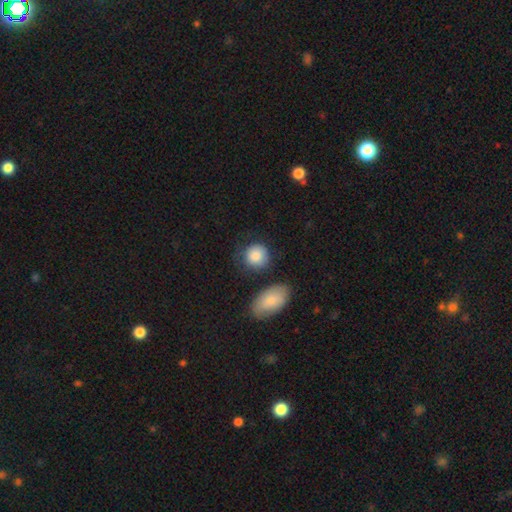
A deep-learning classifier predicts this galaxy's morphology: smooth 87%, featured or disk 6%, star or artifact 6%. Down the decision tree: how rounded — round (81%); merging — none (66%).